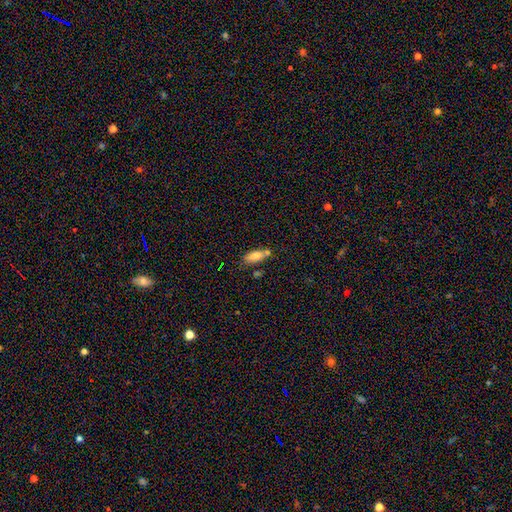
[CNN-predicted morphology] smooth-or-featured: smooth: 77% | featured or disk: 15% | star or artifact: 9%
  how-rounded: in between: 73% | cigar-shaped: 24% | round: 3%
  merging: none: 60% | merger: 18% | minor disturbance: 18% | major disturbance: 5%